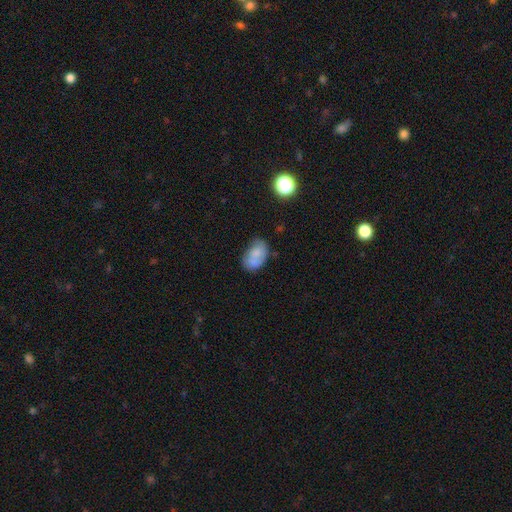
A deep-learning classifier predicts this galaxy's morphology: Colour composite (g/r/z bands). It shows a smooth galaxy with no disk features (67%) that is in between round and cigar-shaped (87%). Merging: none (49%).